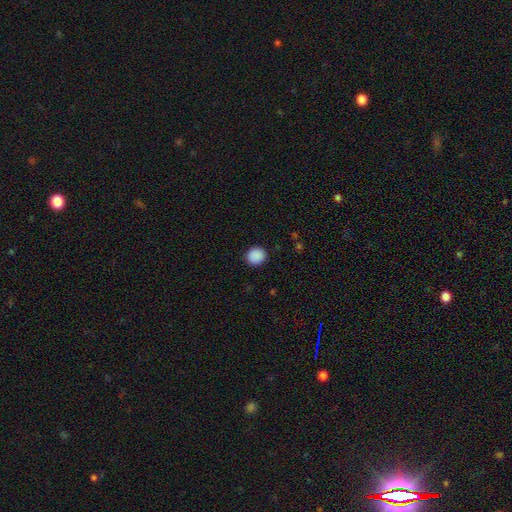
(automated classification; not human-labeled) This appears to be a smooth galaxy with no disk features (90%) that is round (85%). Merging: none (91%).